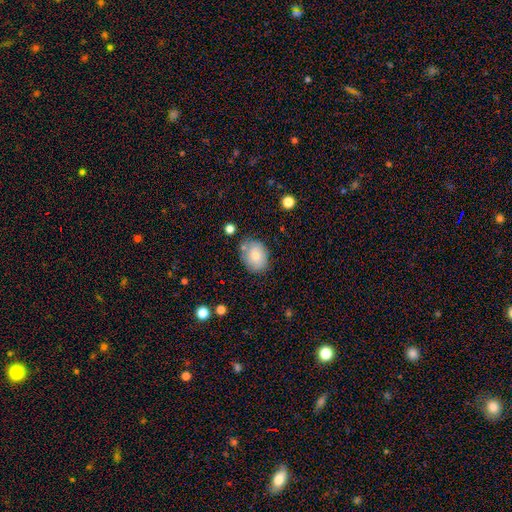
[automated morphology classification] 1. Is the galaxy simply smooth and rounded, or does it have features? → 79% smooth, 14% featured or disk, 8% star or artifact.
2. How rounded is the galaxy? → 61% in between, 38% round, 1% cigar-shaped.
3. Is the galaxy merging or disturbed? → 70% none, 20% minor disturbance, 6% merger, 5% major disturbance.